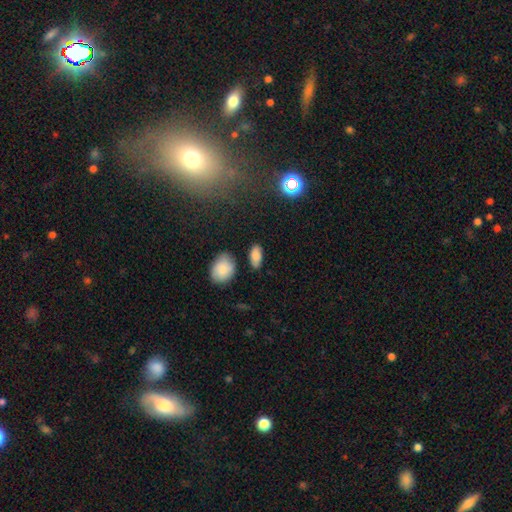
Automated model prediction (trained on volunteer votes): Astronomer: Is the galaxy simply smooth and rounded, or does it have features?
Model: smooth — 84%.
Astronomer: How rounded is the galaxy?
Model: in between — 90%.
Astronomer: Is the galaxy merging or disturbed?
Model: none — 79%.